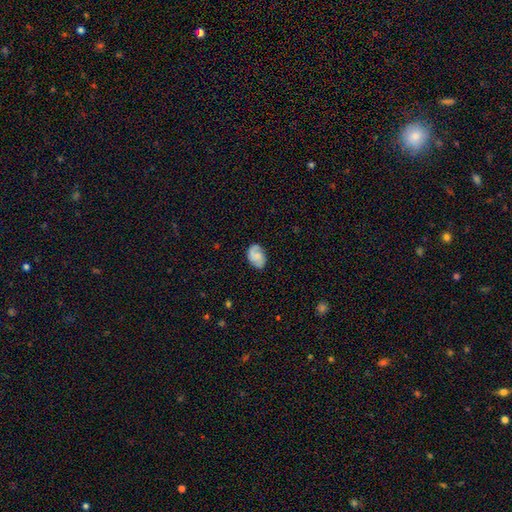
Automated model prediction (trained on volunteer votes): smooth-or-featured: smooth: 51% | featured or disk: 41% | star or artifact: 8%
  how-rounded: in between: 82% | round: 17% | cigar-shaped: 1%
  merging: none: 71% | minor disturbance: 21% | major disturbance: 6% | merger: 2%